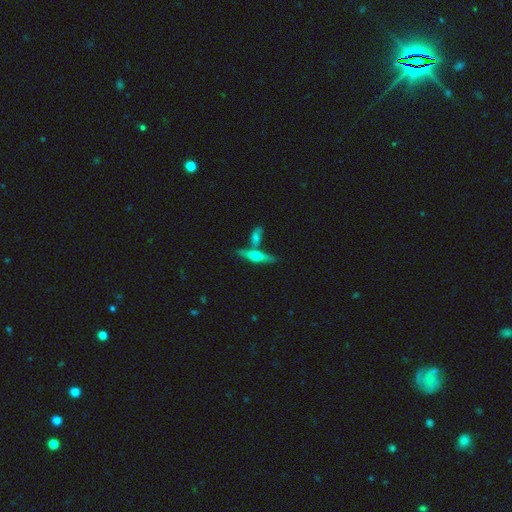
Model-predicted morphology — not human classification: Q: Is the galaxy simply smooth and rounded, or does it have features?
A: featured or disk — 62%.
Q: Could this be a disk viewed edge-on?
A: yes — 93%.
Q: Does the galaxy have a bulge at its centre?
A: rounded — 93%.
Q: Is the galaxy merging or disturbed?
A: none — 64%.